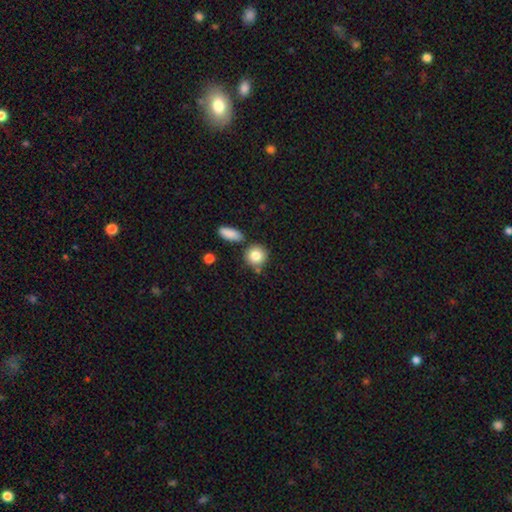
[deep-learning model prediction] This appears to be a smooth galaxy with no disk features (83%) that is round (87%). Merging: none (73%).